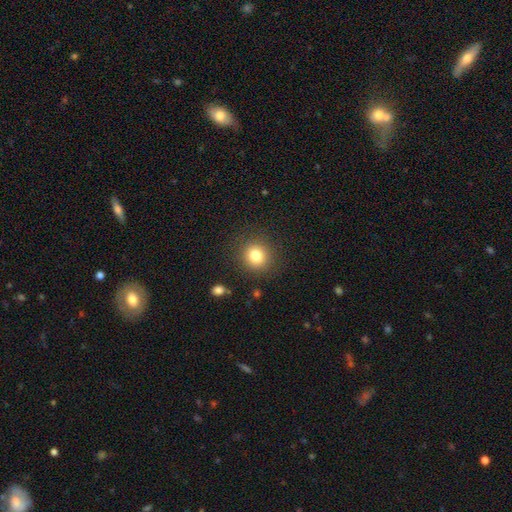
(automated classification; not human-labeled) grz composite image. It shows a smooth galaxy with no disk features (80%) that is round (90%). Merging: none (88%).